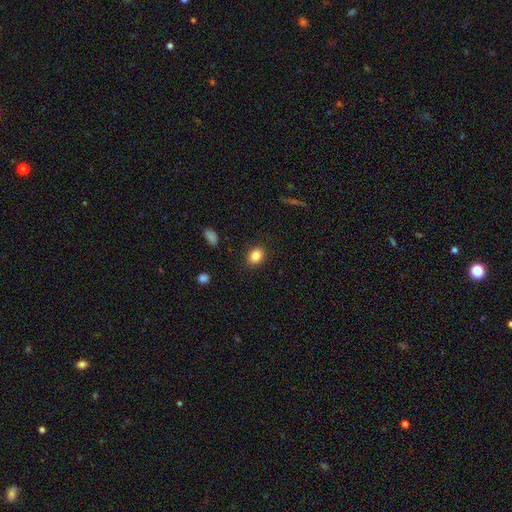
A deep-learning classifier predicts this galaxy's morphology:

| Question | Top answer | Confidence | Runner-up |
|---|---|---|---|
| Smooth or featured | smooth | 84% | star or artifact (10%) |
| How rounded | in between | 57% | round (42%) |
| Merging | none | 88% | minor disturbance (9%) |